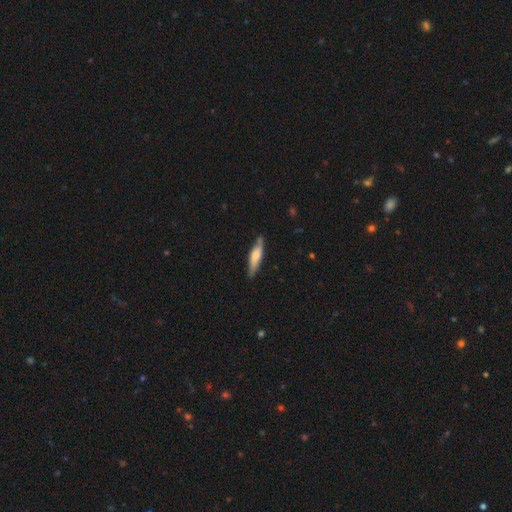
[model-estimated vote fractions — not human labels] smooth-or-featured: smooth: 58% | featured or disk: 37% | star or artifact: 6%
  how-rounded: cigar-shaped: 73% | in between: 26% | round: 2%
  merging: none: 80% | minor disturbance: 16% | major disturbance: 2% | merger: 1%